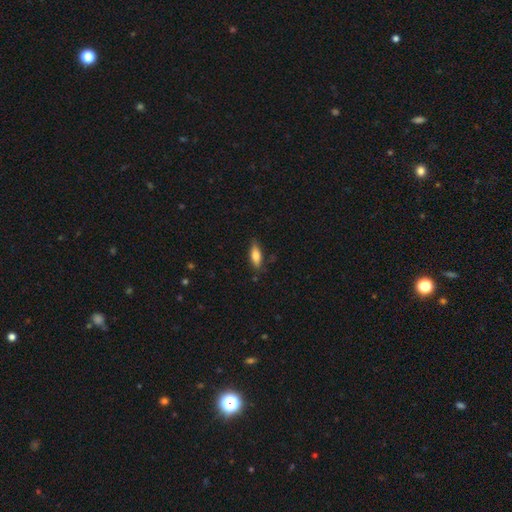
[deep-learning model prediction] Smooth or featured? smooth (80%)
How rounded? in between (68%)
Merging? none (78%)